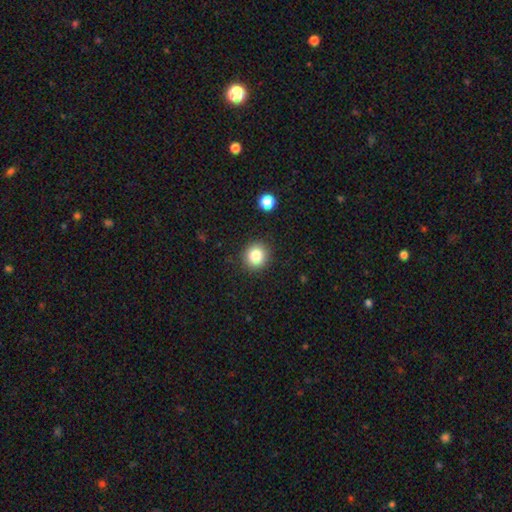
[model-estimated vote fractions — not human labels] Q: Smooth or featured?
A: smooth (82%); runner-up: star or artifact (11%)
Q: How rounded?
A: round (88%); runner-up: in between (11%)
Q: Merging?
A: none (90%); runner-up: minor disturbance (6%)